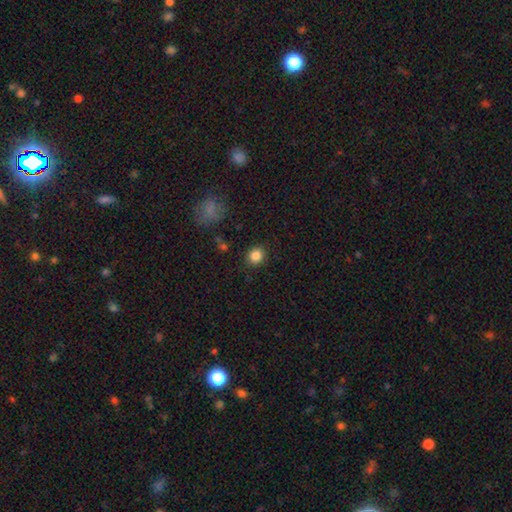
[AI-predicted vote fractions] Smooth or featured: smooth — 84% (star or artifact — 11%)
How rounded: round — 77% (in between — 22%)
Merging: none — 88% (minor disturbance — 8%)